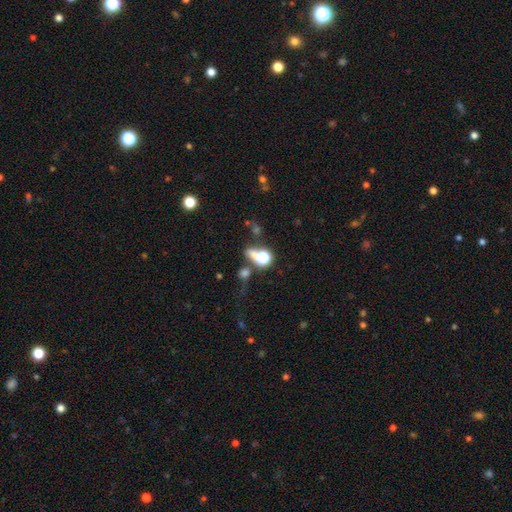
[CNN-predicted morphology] smooth_or_featured: smooth (p=0.54) [alt: star or artifact p=0.32]
how_rounded: round (p=0.59) [alt: in between p=0.35]
merging: none (p=0.43) [alt: merger p=0.31]